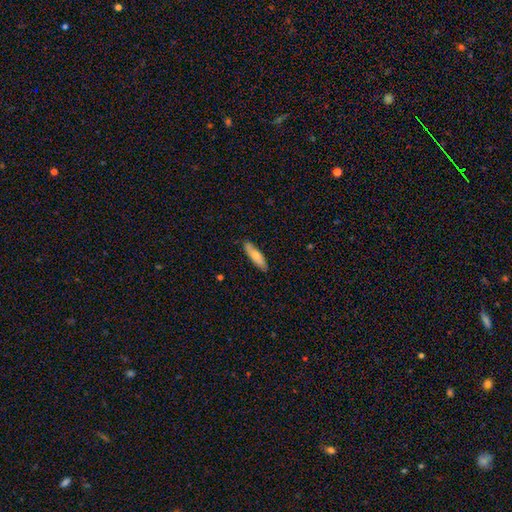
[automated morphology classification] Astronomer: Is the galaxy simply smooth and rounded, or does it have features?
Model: smooth — 75%.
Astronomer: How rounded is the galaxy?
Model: cigar-shaped — 70%.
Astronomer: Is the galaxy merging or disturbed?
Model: none — 87%.